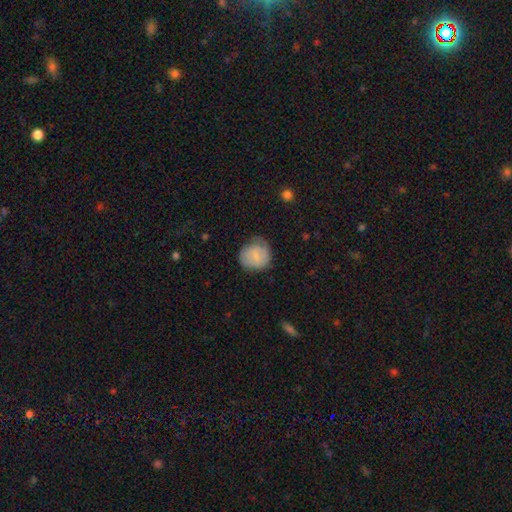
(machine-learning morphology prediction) Smooth or featured? smooth (67%)
How rounded? round (80%)
Merging? none (54%)